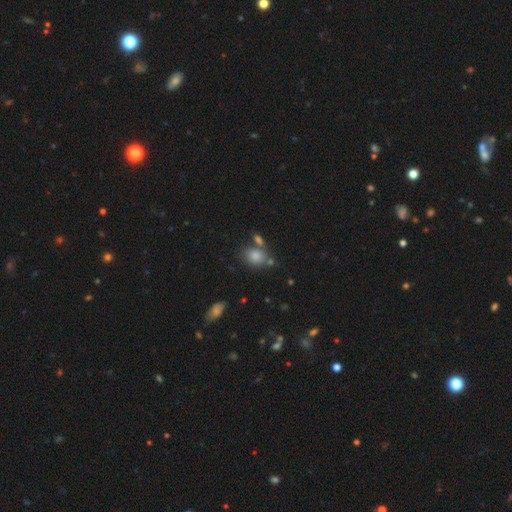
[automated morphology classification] smooth 82%, star or artifact 10%, featured or disk 8%. Down the decision tree: how rounded — in between (61%); merging — none (60%).